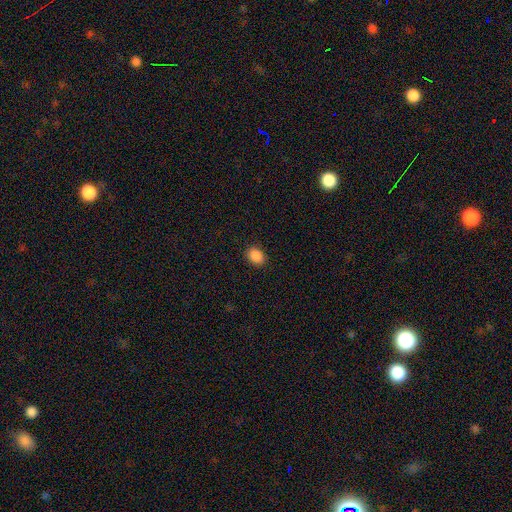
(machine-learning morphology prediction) Smooth or featured?
  - smooth: 89% *
  - star or artifact: 9%
  - featured or disk: 2%
How rounded?
  - in between: 63% *
  - round: 36%
  - cigar-shaped: 1%
Merging?
  - none: 90% *
  - minor disturbance: 7%
  - major disturbance: 2%
  - merger: 1%